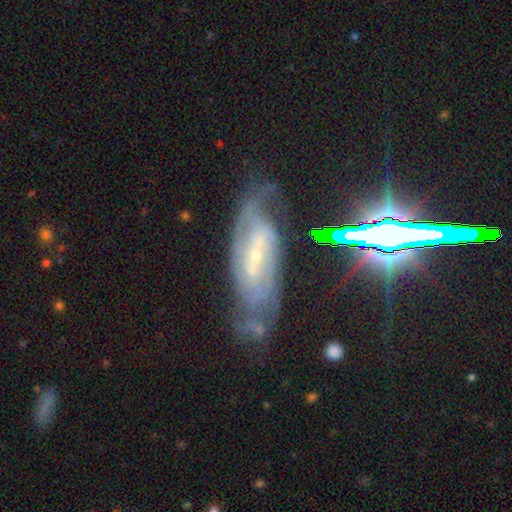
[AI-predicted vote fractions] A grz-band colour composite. It shows a featured or disk galaxy (79%) with a strong bar (40%, tied with weak), 2 (59%) tight (45%) spiral arms (93%) and a small central bulge (76%). Merging: none (66%).